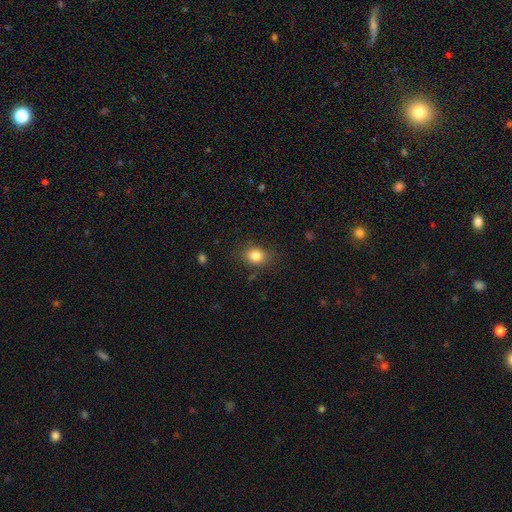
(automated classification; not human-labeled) The model was most divided on "how rounded": in between: 51%, round: 48%, cigar-shaped: 1%. More confident: smooth or featured — smooth (83%); merging — none (82%).